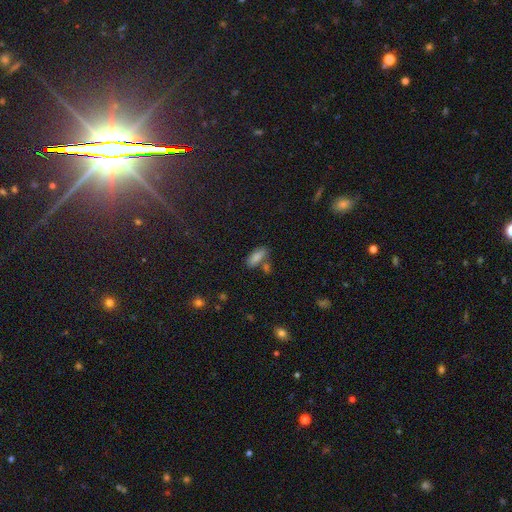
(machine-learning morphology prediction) The model was most divided on "how rounded": in between: 73%, cigar-shaped: 24%, round: 4%. More confident: smooth or featured — smooth (78%); merging — none (69%).